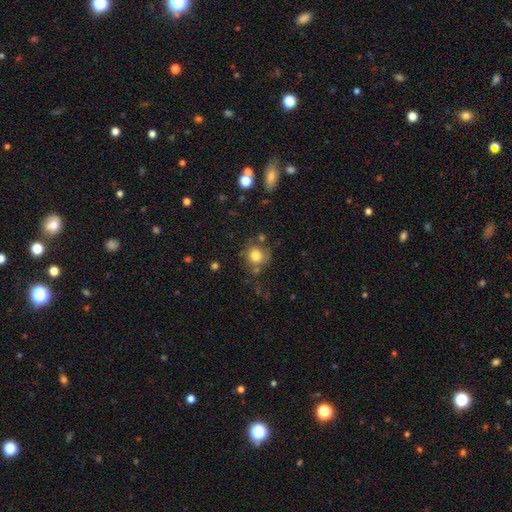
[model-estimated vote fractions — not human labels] Smooth or featured? smooth (79%)
How rounded? round (86%)
Merging? none (70%)